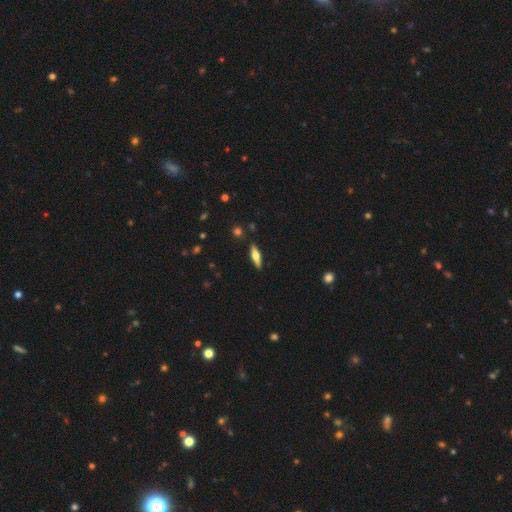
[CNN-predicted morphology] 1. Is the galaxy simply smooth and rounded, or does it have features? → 49% smooth, 45% featured or disk, 6% star or artifact.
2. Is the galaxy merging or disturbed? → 88% none, 9% minor disturbance, 2% merger, 2% major disturbance.